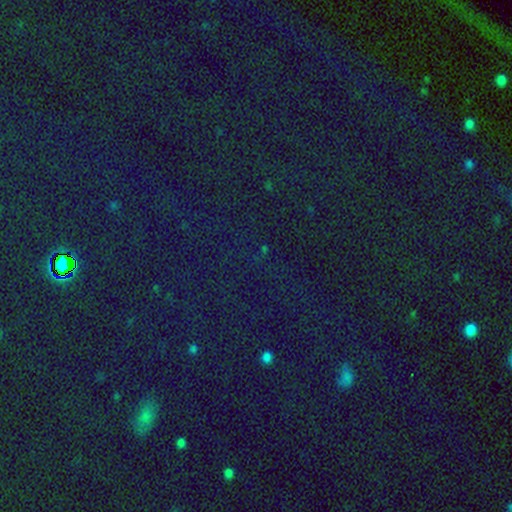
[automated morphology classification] smooth_or_featured: star or artifact (p=0.78) [alt: smooth p=0.14]